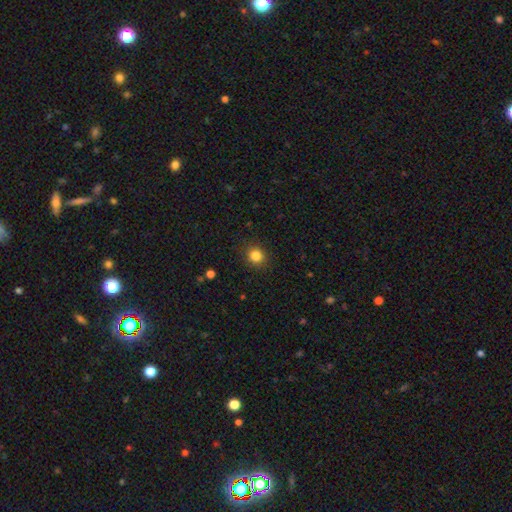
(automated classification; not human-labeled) smooth_or_featured: smooth (p=0.84) [alt: star or artifact p=0.12]
how_rounded: round (p=0.85) [alt: in between p=0.14]
merging: none (p=0.90) [alt: minor disturbance p=0.07]